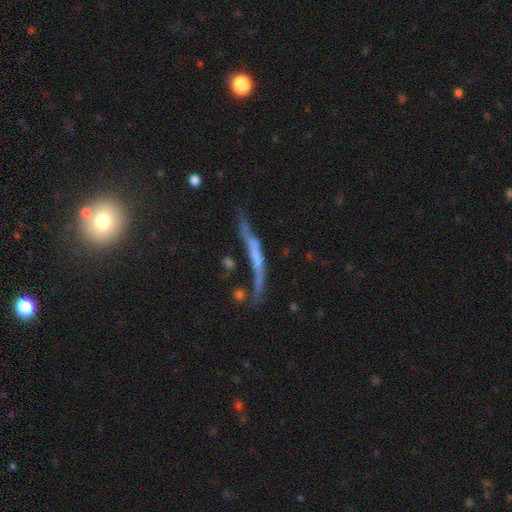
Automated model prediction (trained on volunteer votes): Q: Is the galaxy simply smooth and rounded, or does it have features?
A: featured or disk — 59%.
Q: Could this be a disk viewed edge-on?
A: yes — 70%.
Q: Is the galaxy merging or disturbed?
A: none — 37%.